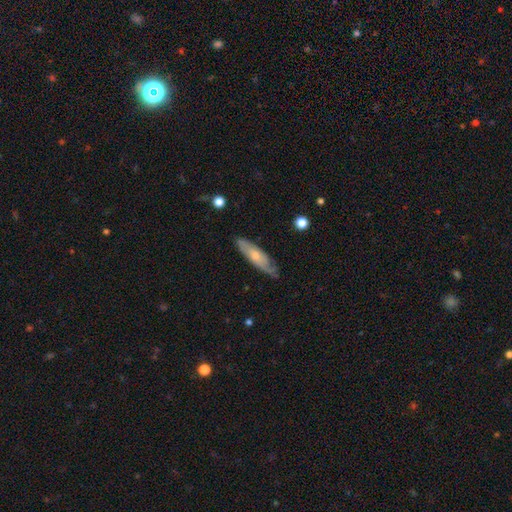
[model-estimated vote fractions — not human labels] featured or disk 49%, smooth 45%, star or artifact 6%. Down the decision tree: merging — none (75%).